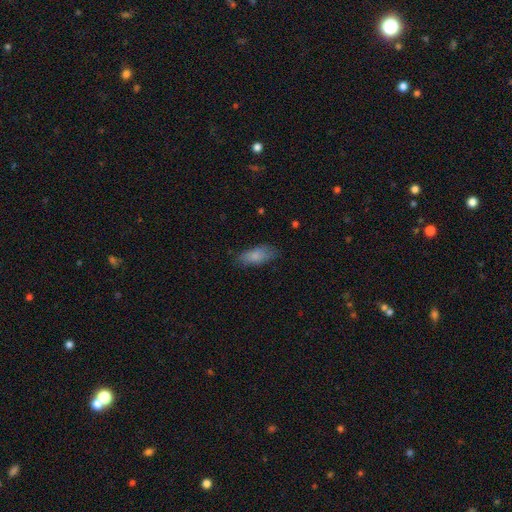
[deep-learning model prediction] This appears to be a smooth galaxy with no disk features (81%) that is in between round and cigar-shaped (79%). Merging: none (72%).